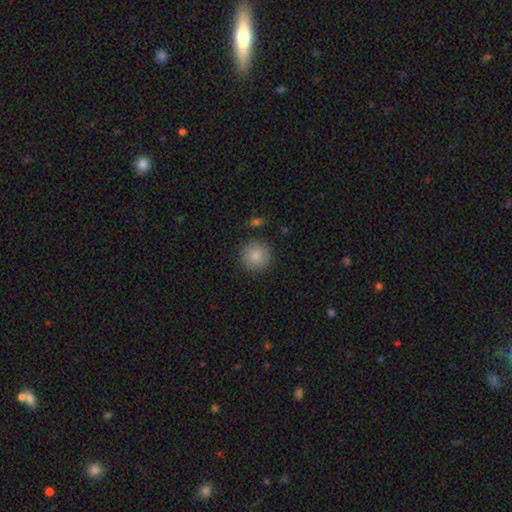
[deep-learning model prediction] This is clearly a smooth galaxy (85%). How rounded: clearly round (95%). Merging: clearly none (88%).